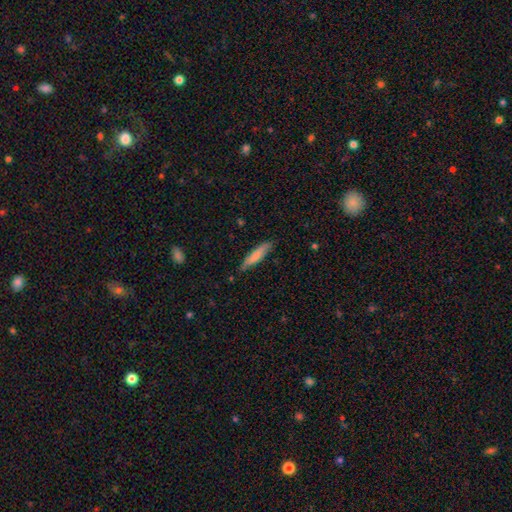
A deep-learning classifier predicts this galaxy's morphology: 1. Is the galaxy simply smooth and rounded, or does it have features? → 76% smooth, 19% featured or disk, 6% star or artifact.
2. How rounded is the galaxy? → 83% cigar-shaped, 16% in between, 1% round.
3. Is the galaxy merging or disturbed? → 79% none, 17% minor disturbance, 3% major disturbance, 2% merger.